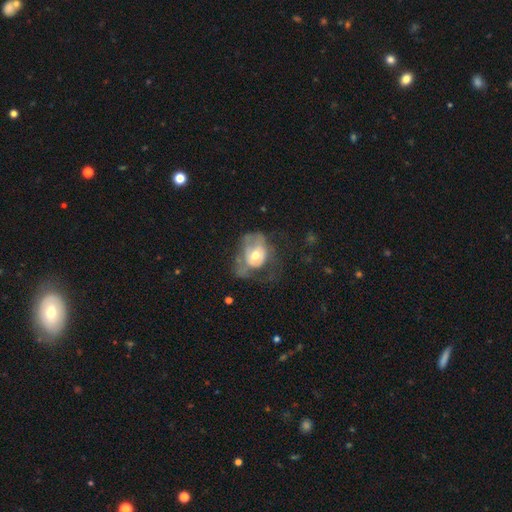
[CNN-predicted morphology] This is possibly a featured or disk galaxy (50%). Merging: marginally major disturbance (44%).